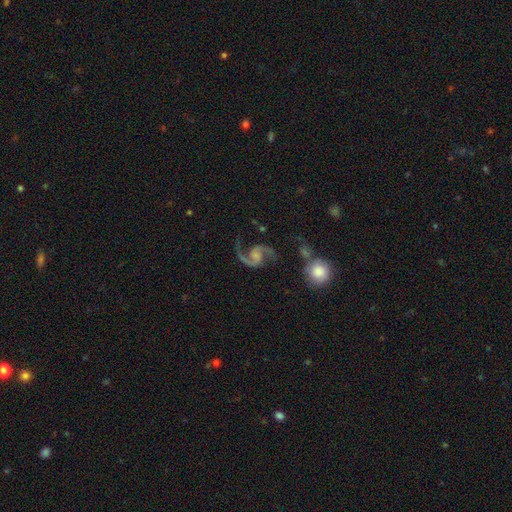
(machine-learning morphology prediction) Q: Smooth or featured?
A: featured or disk (91%); runner-up: star or artifact (5%)
Q: Edge-on disk?
A: no (98%); runner-up: yes (2%)
Q: Bar?
A: no (57%); runner-up: weak (34%)
Q: Spiral arms?
A: yes (98%); runner-up: no (2%)
Q: Spiral winding?
A: loose (53%); runner-up: medium (41%)
Q: Spiral arm count?
A: 2 (93%); runner-up: 1 (3%)
Q: Bulge size?
A: none (44%); runner-up: small (26%)
Q: Merging?
A: none (66%); runner-up: minor disturbance (16%)